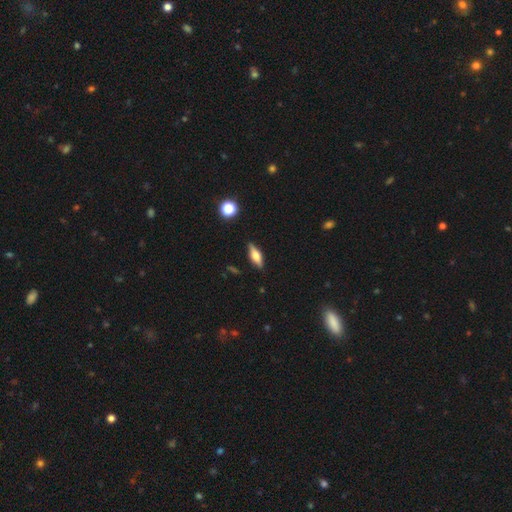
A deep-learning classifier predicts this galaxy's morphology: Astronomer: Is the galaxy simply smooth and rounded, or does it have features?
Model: featured or disk — 48% (runner-up: smooth, 44%).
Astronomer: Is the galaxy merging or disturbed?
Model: none — 86%.